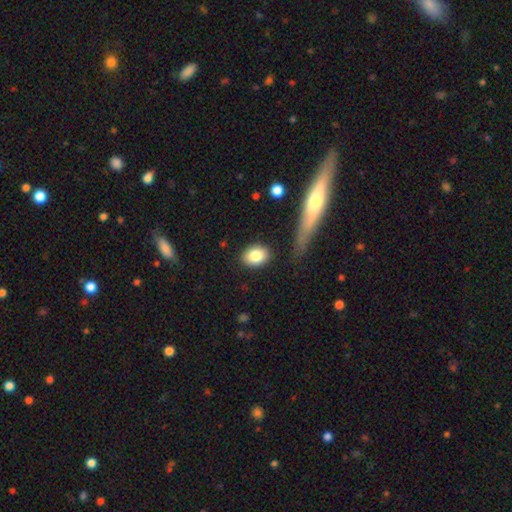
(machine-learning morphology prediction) smooth_or_featured: smooth (p=0.82) [alt: featured or disk p=0.10]
how_rounded: in between (p=0.68) [alt: round p=0.30]
merging: none (p=0.86) [alt: minor disturbance p=0.09]